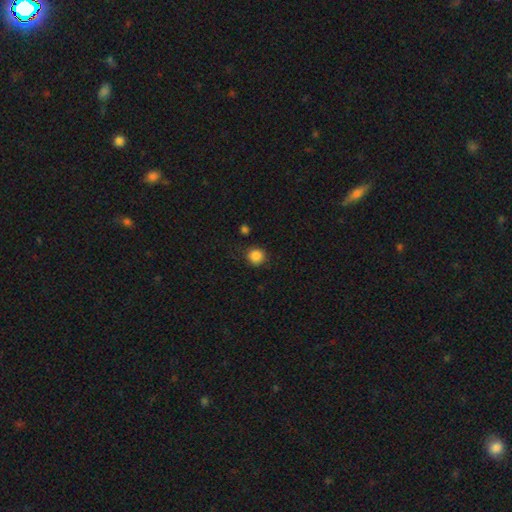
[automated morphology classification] Smooth or featured? smooth (86%)
How rounded? round (92%)
Merging? none (86%)